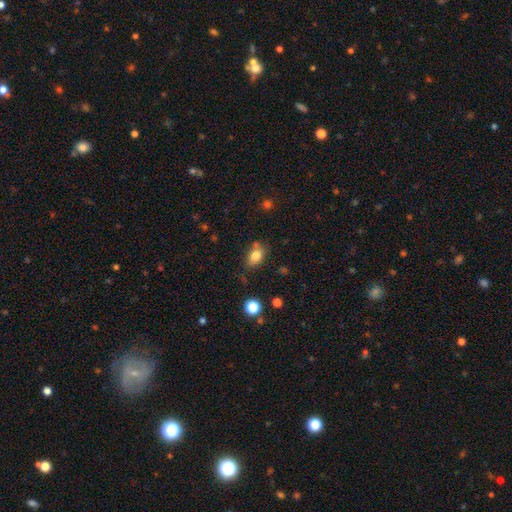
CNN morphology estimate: A smooth galaxy with no disk features (81%) that is in between round and cigar-shaped (80%). Merging: none (68%).